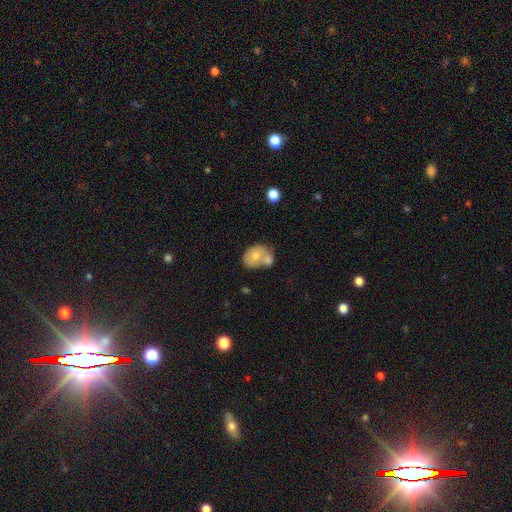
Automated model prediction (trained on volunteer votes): A smooth galaxy with no disk features (62%) that is in between round and cigar-shaped (54%).

Vote fractions:
- Smooth or featured? smooth: 62% / featured or disk: 31% / star or artifact: 7%
- How rounded? in between: 54% / round: 45% / cigar-shaped: 1%
- Merging? merger: 58% / none: 26% / minor disturbance: 12% / major disturbance: 5%